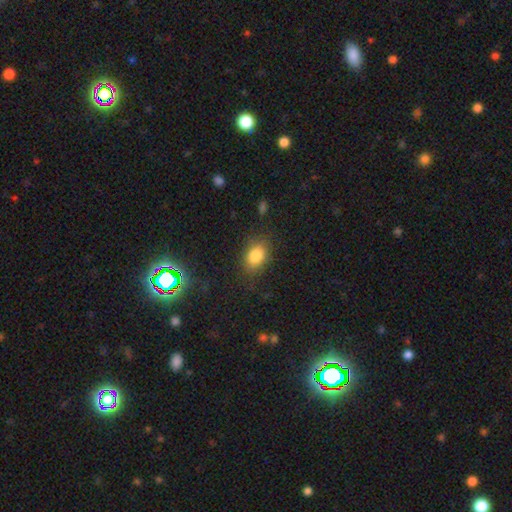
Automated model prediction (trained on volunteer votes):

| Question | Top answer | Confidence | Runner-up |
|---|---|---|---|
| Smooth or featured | smooth | 83% | star or artifact (10%) |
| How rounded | in between | 73% | round (25%) |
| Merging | none | 79% | minor disturbance (14%) |